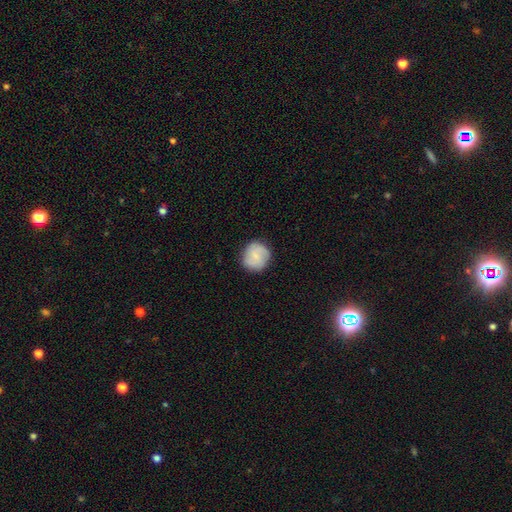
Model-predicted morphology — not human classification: Smooth or featured? Predicted: smooth (p=0.66). How rounded? Predicted: round (p=0.89). Merging? Predicted: none (p=0.84).